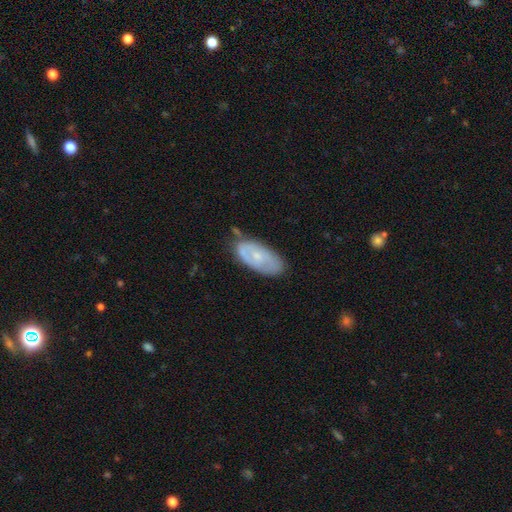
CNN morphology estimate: This appears to be a featured or disk galaxy (54%). Merging: none (67%).